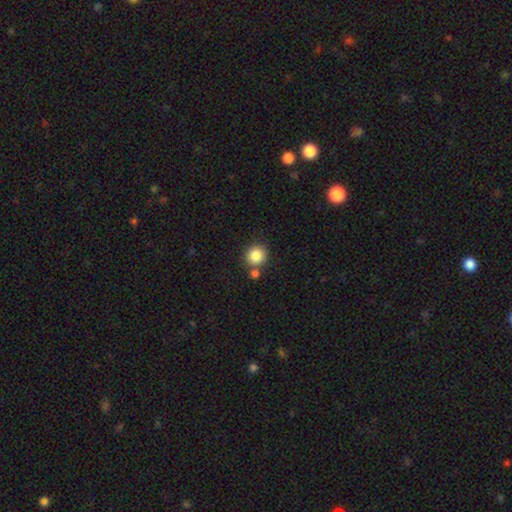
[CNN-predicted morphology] The model was most divided on "merging": none: 70%, merger: 18%, minor disturbance: 9%, major disturbance: 3%. More confident: how rounded — round (89%); smooth or featured — smooth (85%).